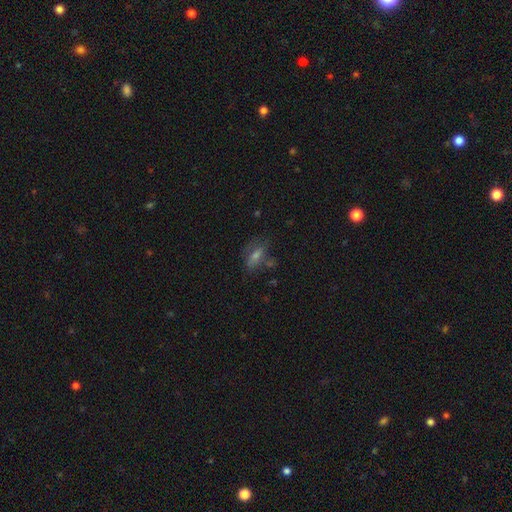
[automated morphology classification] Smooth or featured? smooth (44%)
Merging? none (64%)